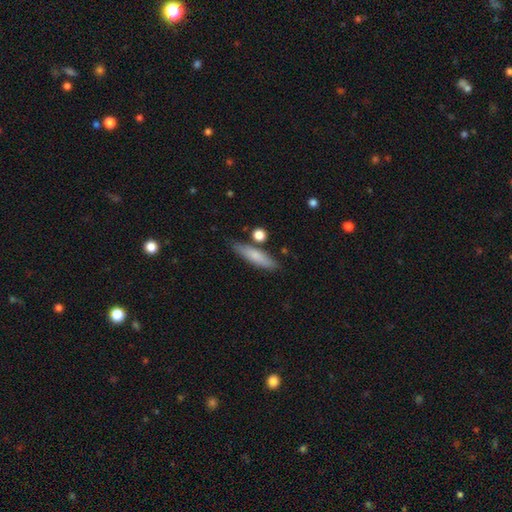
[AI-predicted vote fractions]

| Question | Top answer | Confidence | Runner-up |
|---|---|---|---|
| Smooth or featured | smooth | 76% | featured or disk (18%) |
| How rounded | cigar-shaped | 74% | in between (23%) |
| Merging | none | 77% | minor disturbance (14%) |